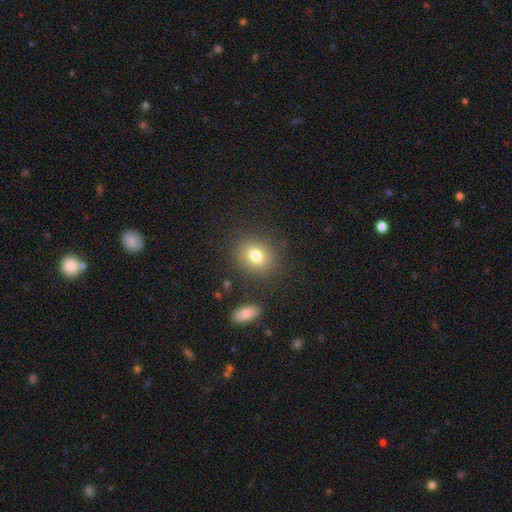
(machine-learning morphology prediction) A smooth galaxy with no disk features (78%) that is round (63%).

Vote fractions:
- Smooth or featured? smooth: 78% / star or artifact: 12% / featured or disk: 11%
- How rounded? round: 63% / in between: 36% / cigar-shaped: 1%
- Merging? none: 83% / minor disturbance: 10% / major disturbance: 4% / merger: 3%